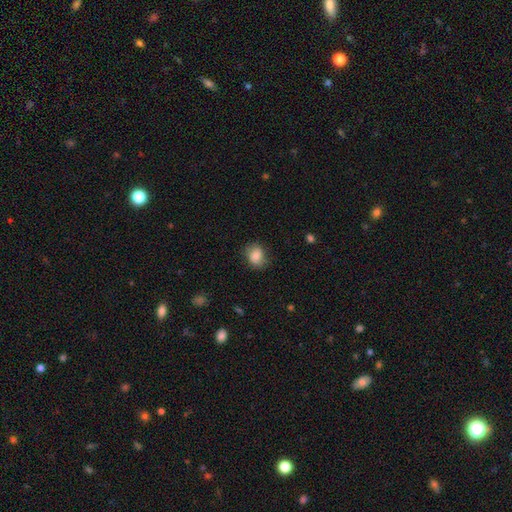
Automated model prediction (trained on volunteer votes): Morphology: type=smooth (80%); roundness=round (52%); merging=none (74%).